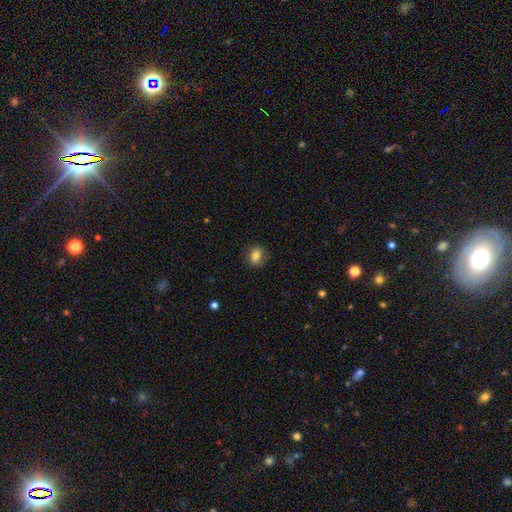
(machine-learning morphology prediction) Smooth or featured? smooth (79%)
How rounded? in between (51%)
Merging? none (79%)